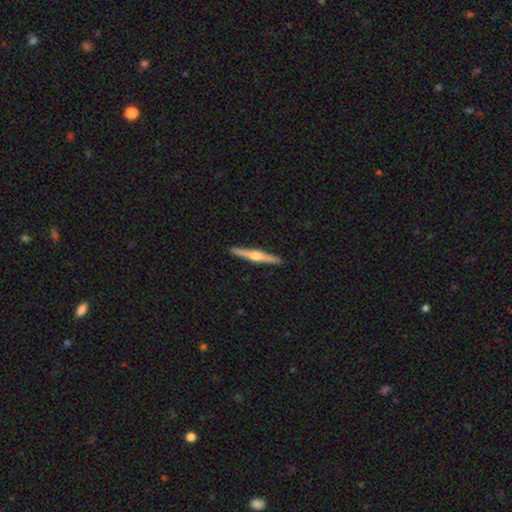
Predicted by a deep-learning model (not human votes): This appears to be a featured or disk galaxy (74%) viewed edge-on (98%) with a rounded central bulge (93%). Merging: none (92%).